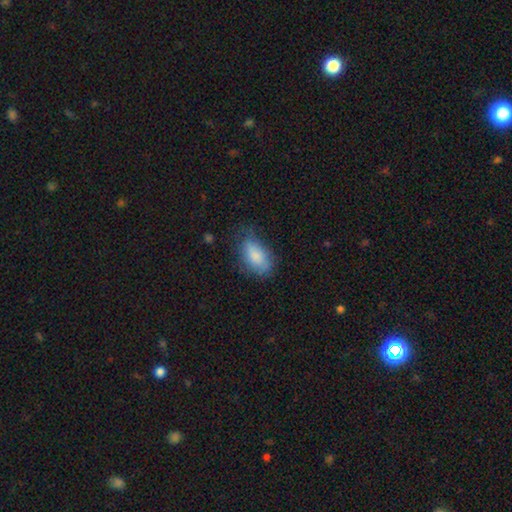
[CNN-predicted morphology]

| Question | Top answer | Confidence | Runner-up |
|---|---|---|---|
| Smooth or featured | smooth | 83% | featured or disk (10%) |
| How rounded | in between | 92% | cigar-shaped (4%) |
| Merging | none | 60% | minor disturbance (28%) |